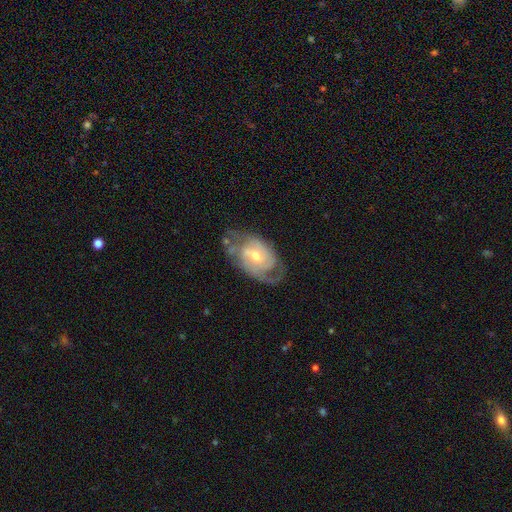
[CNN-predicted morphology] A featured or disk galaxy (81%) with no bar (50%), 2 (61%) tight (43%) spiral arms (89%) and a moderate central bulge (62%).

Vote fractions:
- Smooth or featured? featured or disk: 81% / smooth: 14% / star or artifact: 5%
- Edge-on disk? no: 95% / yes: 5%
- Bar? no: 50% / weak: 40% / strong: 10%
- Spiral arms? yes: 89% / no: 11%
- Spiral winding? tight: 43% / medium: 41% / loose: 16%
- Spiral arm count? 2: 61% / can't tell: 21% / 3: 7% / 1: 7% / 4: 2% / more than 4: 2%
- Bulge size? moderate: 62% / small: 33% / large: 4% / none: 1% / dominant: 1%
- Merging? none: 58% / minor disturbance: 24% / major disturbance: 15% / merger: 3%